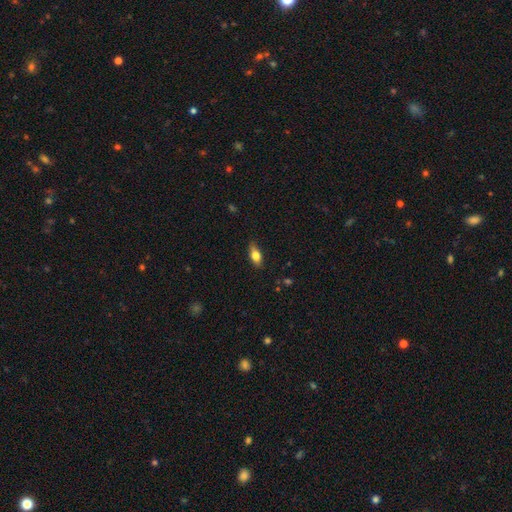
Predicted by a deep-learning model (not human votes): This is likely a smooth galaxy (73%). How rounded: likely in between (80%). Merging: likely none (78%).